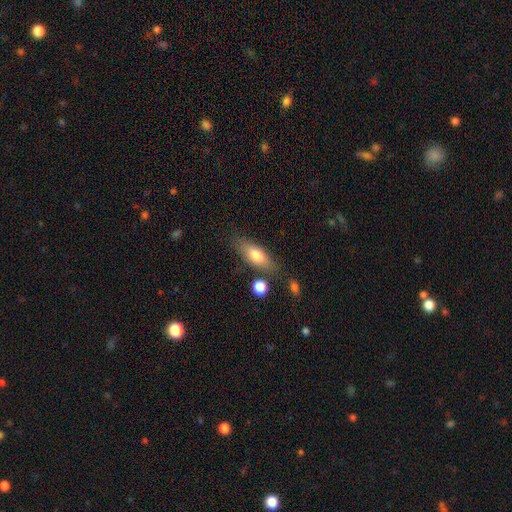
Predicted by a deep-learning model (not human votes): smooth 70%, featured or disk 23%, star or artifact 7%. Down the decision tree: how rounded — in between (65%); merging — none (74%).